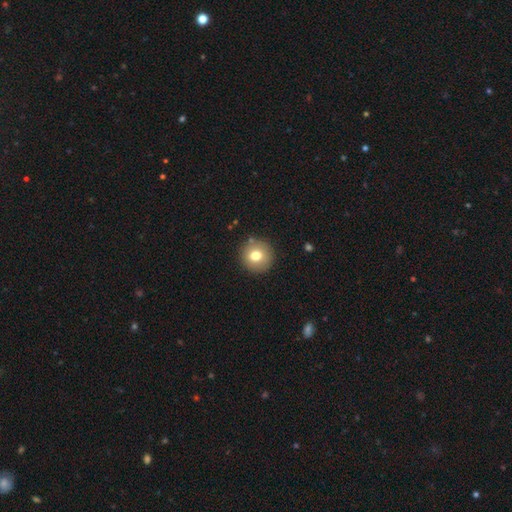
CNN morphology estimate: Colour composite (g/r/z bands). It shows a smooth galaxy with no disk features (76%) that is round (93%). Merging: none (89%).